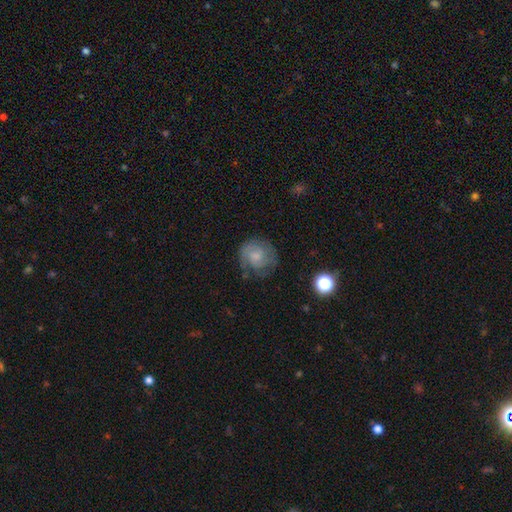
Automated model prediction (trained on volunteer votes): smooth_or_featured: featured or disk (p=0.49) [alt: smooth p=0.43]
merging: none (p=0.66) [alt: minor disturbance p=0.22]